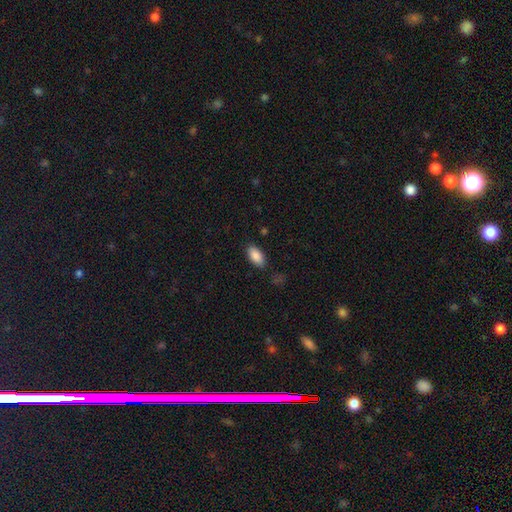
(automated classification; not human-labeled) Q: Smooth or featured?
A: smooth (88%); runner-up: star or artifact (7%)
Q: How rounded?
A: in between (93%); runner-up: cigar-shaped (5%)
Q: Merging?
A: none (84%); runner-up: minor disturbance (11%)